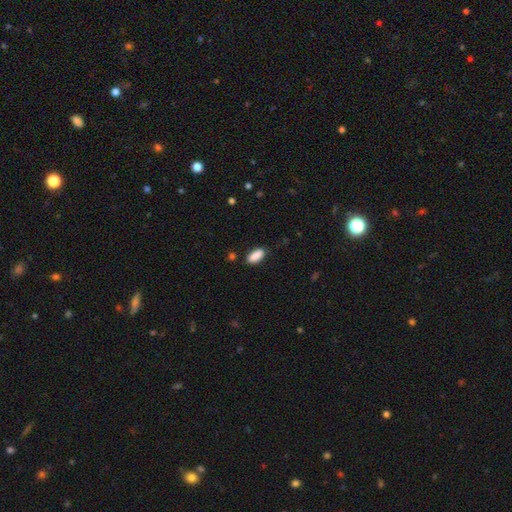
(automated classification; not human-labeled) smooth-or-featured: smooth: 89% | star or artifact: 7% | featured or disk: 4%
  how-rounded: in between: 83% | cigar-shaped: 15% | round: 2%
  merging: none: 83% | minor disturbance: 13% | major disturbance: 3% | merger: 2%